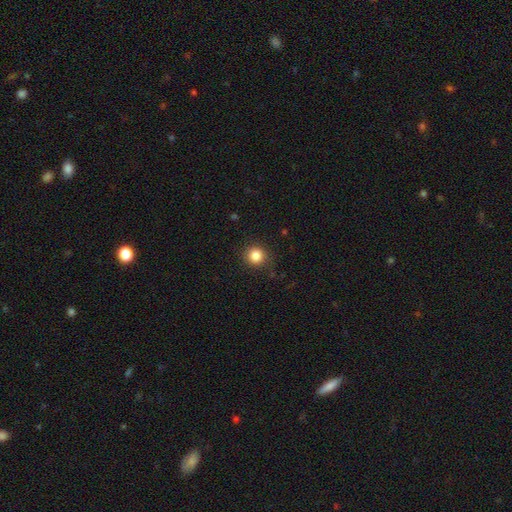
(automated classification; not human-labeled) smooth 84%, star or artifact 11%, featured or disk 5%. Down the decision tree: how rounded — round (92%); merging — none (89%).